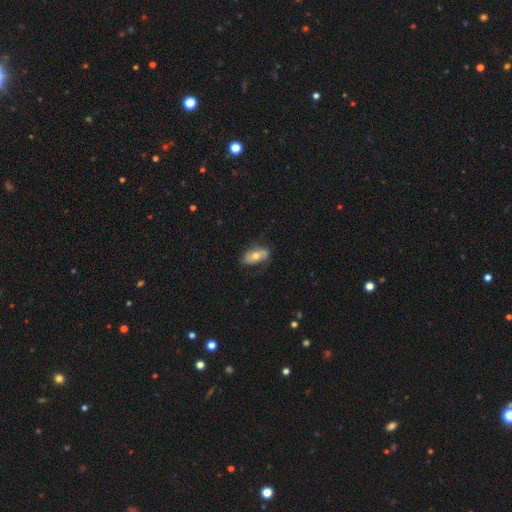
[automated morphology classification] Overall: smooth (55%; featured or disk 38%). How rounded: in between (87%). Merging: none (69%).